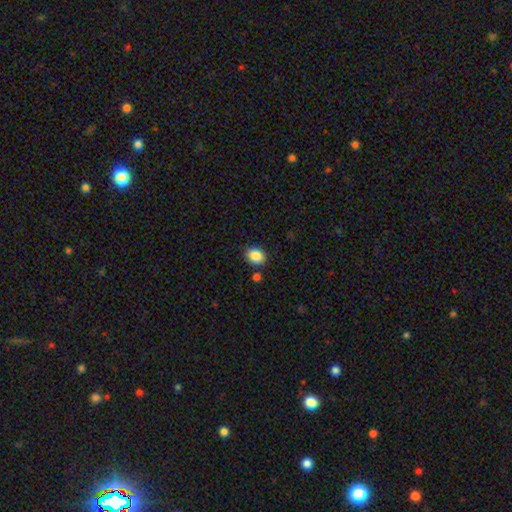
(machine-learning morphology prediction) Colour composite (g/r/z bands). It shows a smooth galaxy with no disk features (87%) that is round (50%). Merging: none (85%).